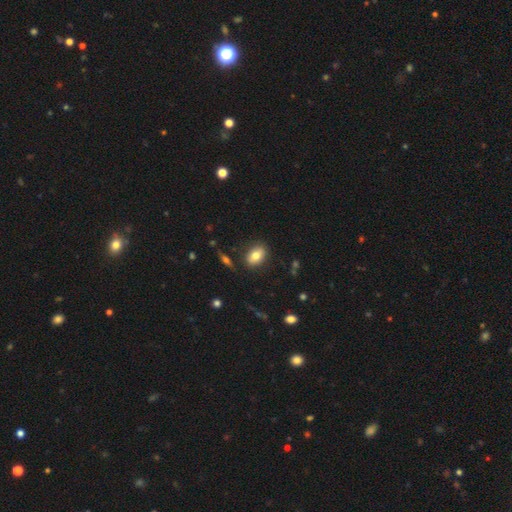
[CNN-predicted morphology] Smooth or featured: smooth — 78% (featured or disk — 14%)
How rounded: in between — 84% (round — 14%)
Merging: none — 85% (minor disturbance — 10%)